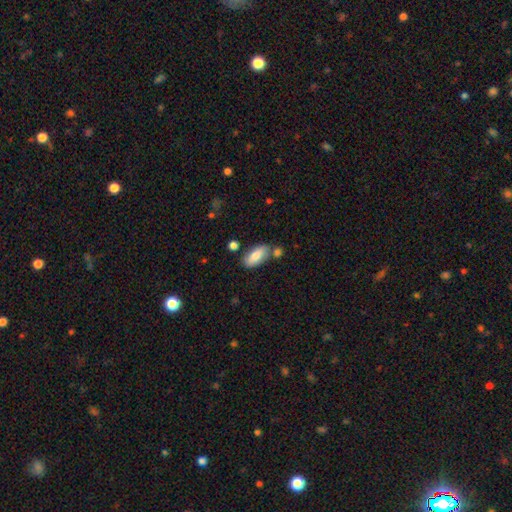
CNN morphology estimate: Q: Smooth or featured?
A: smooth (78%); runner-up: featured or disk (16%)
Q: How rounded?
A: in between (87%); runner-up: cigar-shaped (11%)
Q: Merging?
A: none (70%); runner-up: minor disturbance (14%)